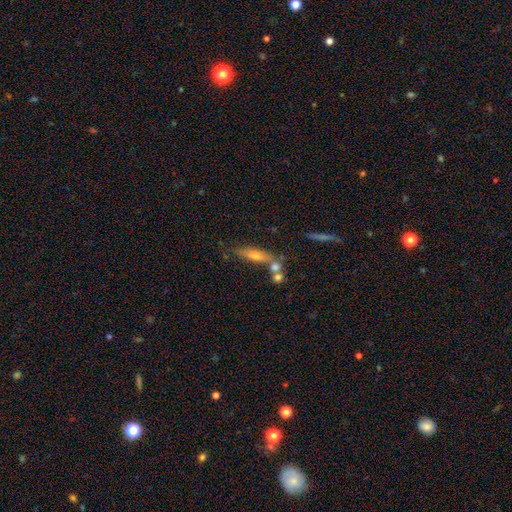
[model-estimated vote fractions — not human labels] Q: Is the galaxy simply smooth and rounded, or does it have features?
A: smooth — 47%.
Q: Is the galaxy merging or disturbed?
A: none — 56%.